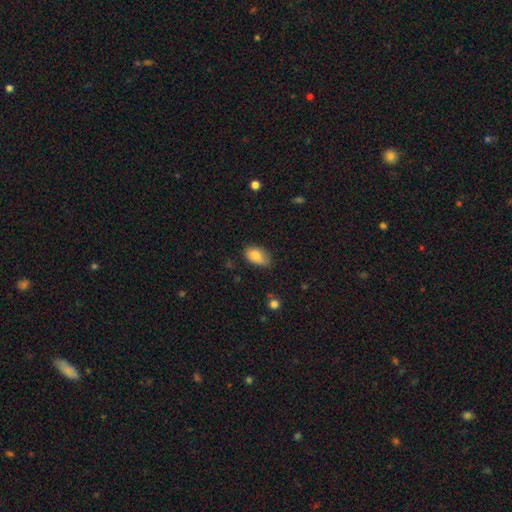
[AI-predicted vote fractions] Overall: smooth (85%). How rounded: in between (92%). Merging: none (66%; minor disturbance 27%).